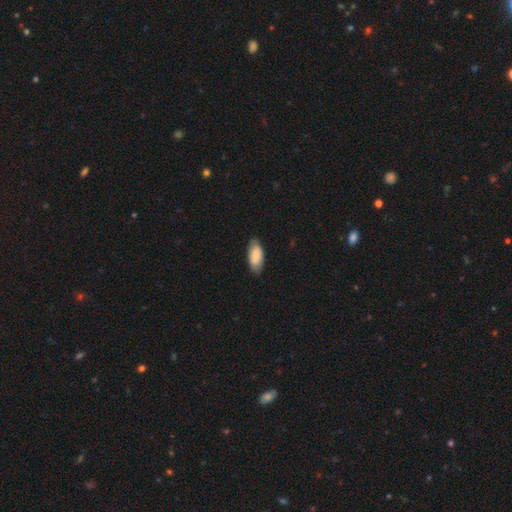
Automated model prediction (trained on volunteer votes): The model was most divided on "merging": none: 79%, minor disturbance: 17%, major disturbance: 3%, merger: 1%. More confident: how rounded — in between (90%); smooth or featured — smooth (81%).